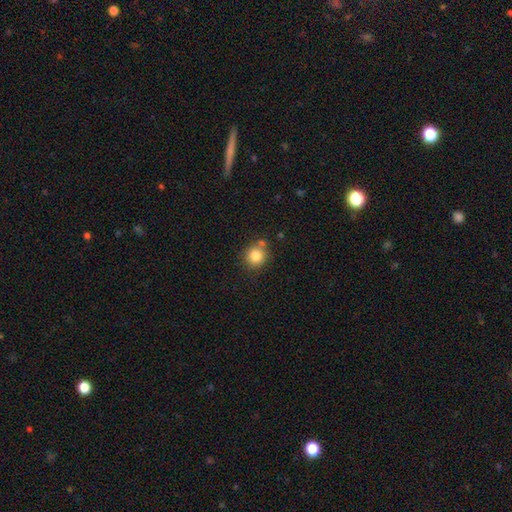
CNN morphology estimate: A smooth galaxy with no disk features (82%) that is round (89%).

Vote fractions:
- Smooth or featured? smooth: 82% / star or artifact: 10% / featured or disk: 7%
- How rounded? round: 89% / in between: 10% / cigar-shaped: 1%
- Merging? none: 71% / merger: 14% / minor disturbance: 12% / major disturbance: 3%